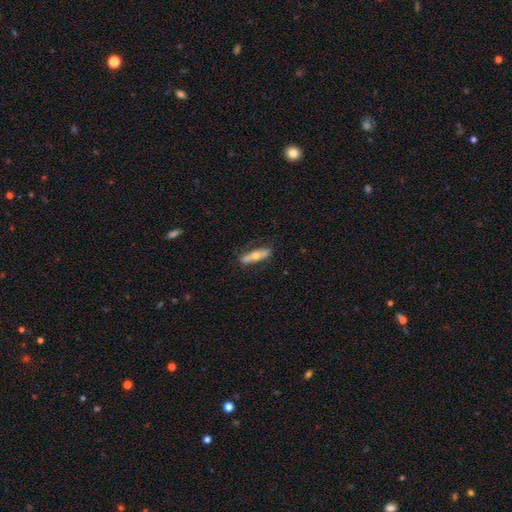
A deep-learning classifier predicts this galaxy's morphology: A smooth galaxy with no disk features (55%) that is cigar-shaped (61%). Merging: none (78%).